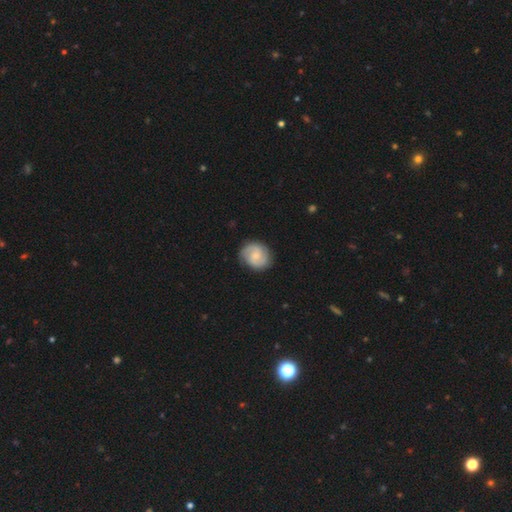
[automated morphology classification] Smooth or featured?
  - featured or disk: 62% *
  - smooth: 32%
  - star or artifact: 6%
Edge-on disk?
  - no: 98% *
  - yes: 2%
Bar?
  - no: 57% *
  - weak: 38%
  - strong: 5%
Spiral arms?
  - yes: 92% *
  - no: 8%
Spiral winding?
  - tight: 42% * (tied)
  - medium: 42% * (tied)
  - loose: 16%
Spiral arm count?
  - 2: 78% *
  - can't tell: 11%
  - 3: 5%
  - 1: 3%
  - 4: 2%
  - more than 4: 2%
Bulge size?
  - small: 55% *
  - moderate: 38%
  - none: 4%
  - large: 2%
  - dominant: 1%
Merging?
  - none: 82% *
  - minor disturbance: 14%
  - major disturbance: 3%
  - merger: 1%